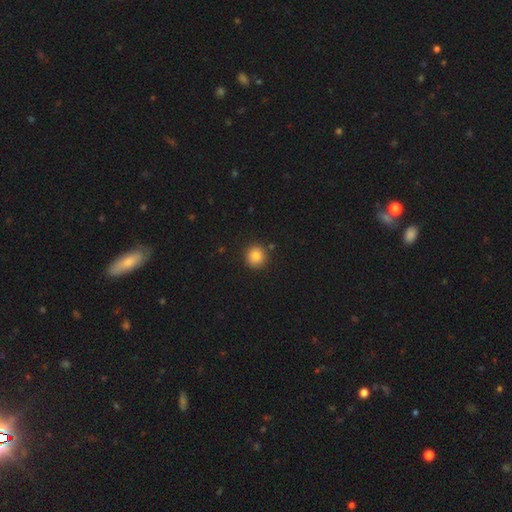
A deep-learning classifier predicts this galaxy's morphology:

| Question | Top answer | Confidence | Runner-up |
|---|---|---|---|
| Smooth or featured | smooth | 83% | star or artifact (11%) |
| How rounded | round | 93% | in between (7%) |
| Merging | none | 89% | minor disturbance (7%) |